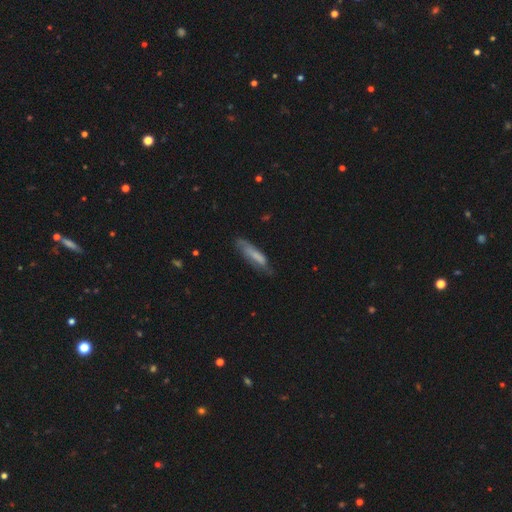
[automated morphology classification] Smooth or featured?
  - smooth: 64% *
  - featured or disk: 28%
  - star or artifact: 7%
How rounded?
  - cigar-shaped: 73% *
  - in between: 25%
  - round: 1%
Merging?
  - none: 55% *
  - minor disturbance: 32%
  - major disturbance: 11%
  - merger: 2%